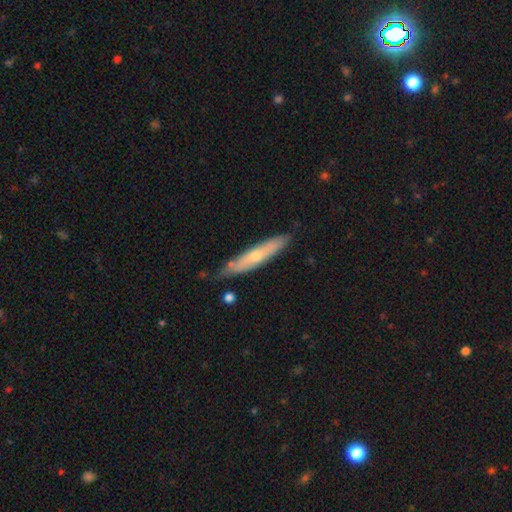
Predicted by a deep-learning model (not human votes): smooth-or-featured: smooth: 48% | featured or disk: 47% | star or artifact: 6%
  merging: none: 75% | minor disturbance: 19% | major disturbance: 3% | merger: 3%